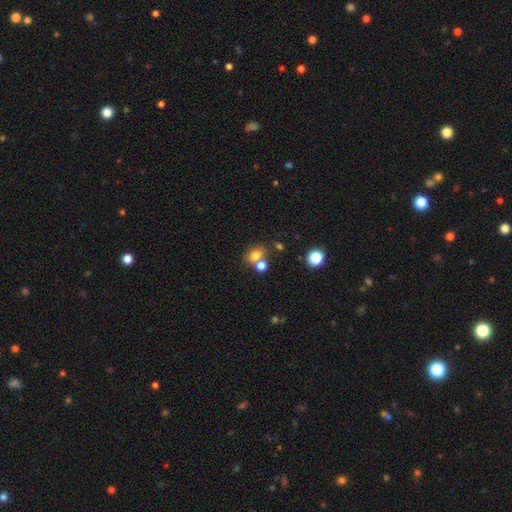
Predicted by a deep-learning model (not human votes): smooth_or_featured: smooth (p=0.77) [alt: star or artifact p=0.14]
how_rounded: round (p=0.50) [alt: in between p=0.49]
merging: none (p=0.54) [alt: merger p=0.31]